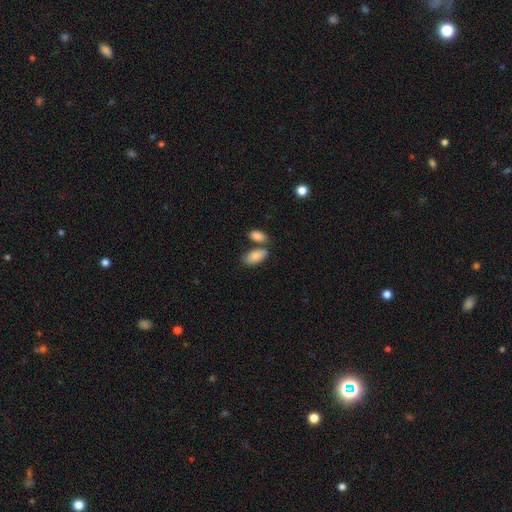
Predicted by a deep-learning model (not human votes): Smooth or featured? Predicted: smooth (p=0.85). How rounded? Predicted: in between (p=0.93). Merging? Predicted: none (p=0.57).